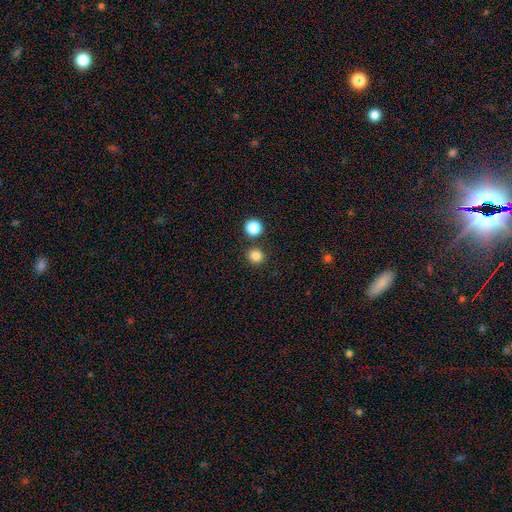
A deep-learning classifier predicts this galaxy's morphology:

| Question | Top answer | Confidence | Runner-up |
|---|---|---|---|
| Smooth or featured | smooth | 83% | star or artifact (13%) |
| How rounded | round | 92% | in between (7%) |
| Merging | none | 84% | merger (9%) |